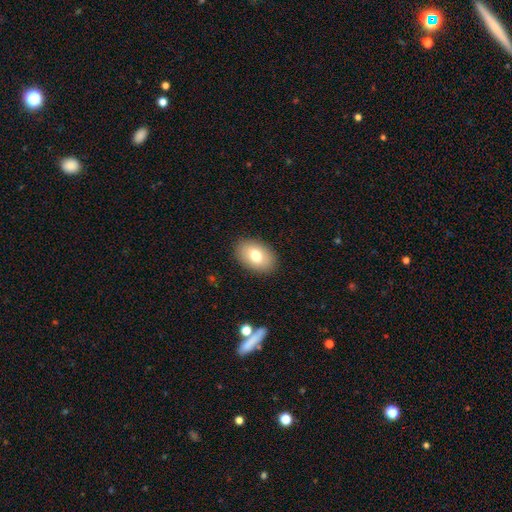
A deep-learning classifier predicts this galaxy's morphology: type=smooth (76%); roundness=in between (87%); merging=none (88%).